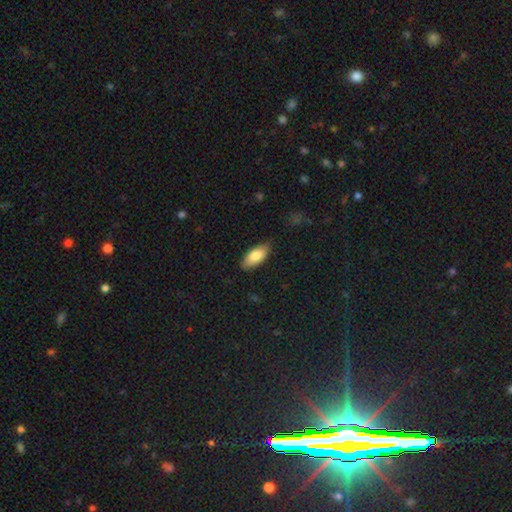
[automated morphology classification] type=smooth (82%); roundness=in between (88%); merging=none (82%).